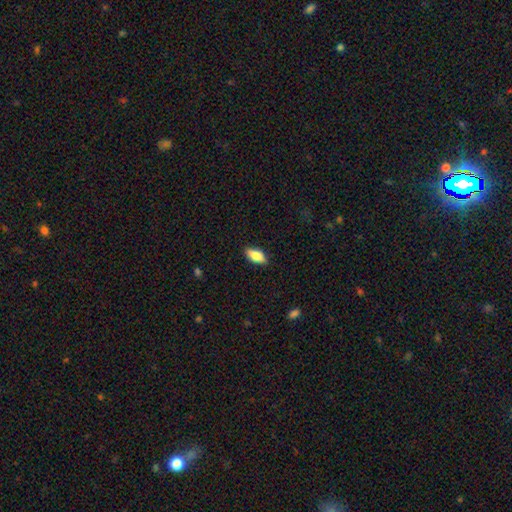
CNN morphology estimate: Smooth or featured? smooth (81%)
How rounded? in between (86%)
Merging? none (87%)